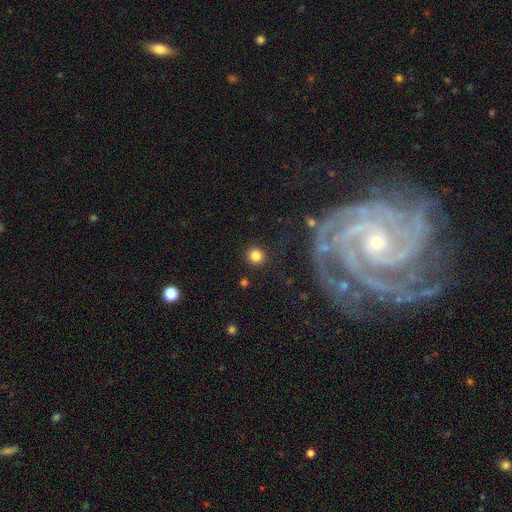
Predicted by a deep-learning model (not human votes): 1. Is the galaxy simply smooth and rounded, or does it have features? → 82% smooth, 12% star or artifact, 6% featured or disk.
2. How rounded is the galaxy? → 93% round, 6% in between, 1% cigar-shaped.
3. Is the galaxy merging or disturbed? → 89% none, 6% minor disturbance, 3% major disturbance, 2% merger.